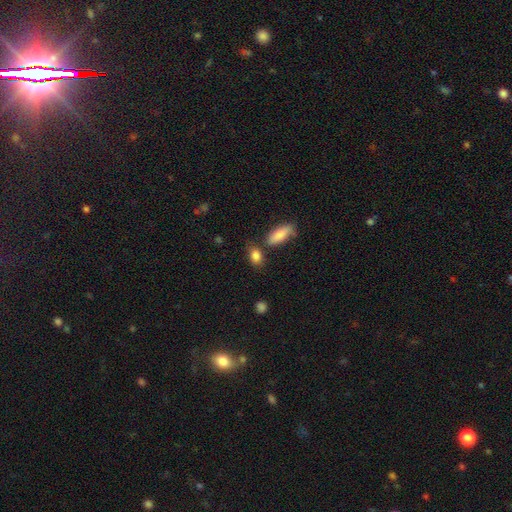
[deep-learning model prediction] Smooth or featured: smooth — 85% (star or artifact — 8%)
How rounded: in between — 76% (round — 19%)
Merging: none — 63% (merger — 17%)